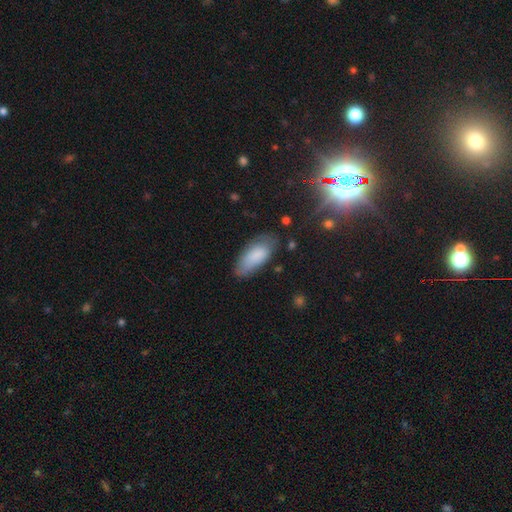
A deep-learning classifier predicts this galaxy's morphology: A smooth galaxy with no disk features (81%) that is in between round and cigar-shaped (85%). Merging: none (64%).